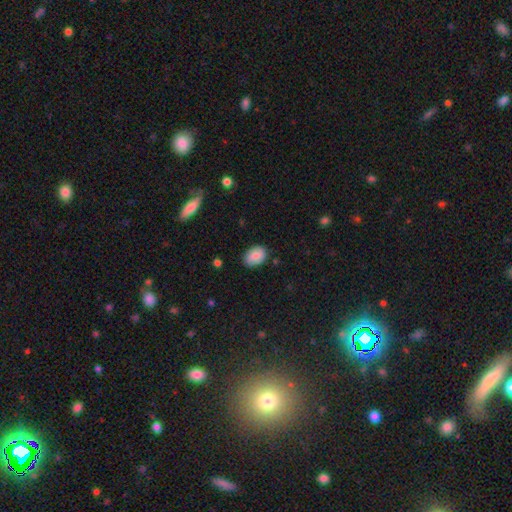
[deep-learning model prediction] Smooth or featured: smooth — 80% (featured or disk — 13%)
How rounded: in between — 78% (round — 21%)
Merging: none — 79% (minor disturbance — 17%)